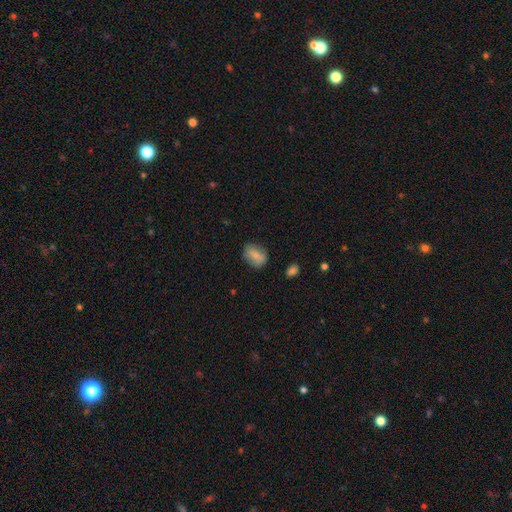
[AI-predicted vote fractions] Overall: smooth (78%). How rounded: in between (72%). Merging: none (76%).